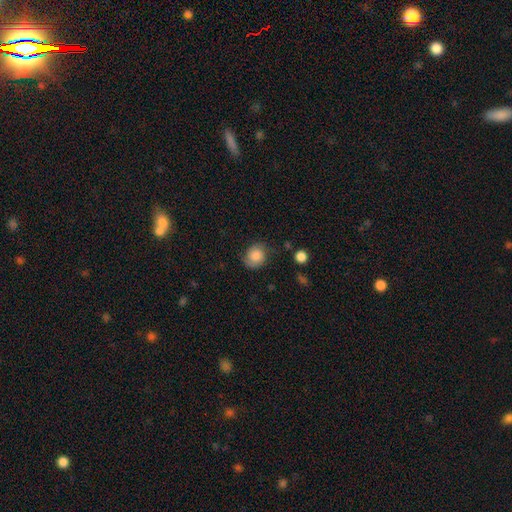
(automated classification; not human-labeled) Smooth or featured? Predicted: smooth (p=0.74). How rounded? Predicted: round (p=0.69). Merging? Predicted: none (p=0.67).